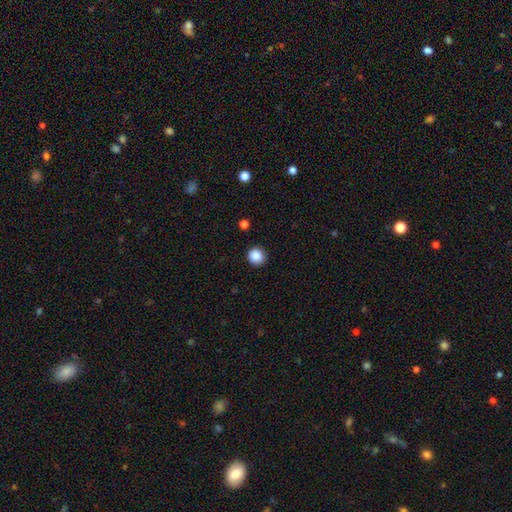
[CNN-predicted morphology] This is clearly a smooth galaxy (87%). How rounded: clearly round (93%). Merging: clearly none (91%).